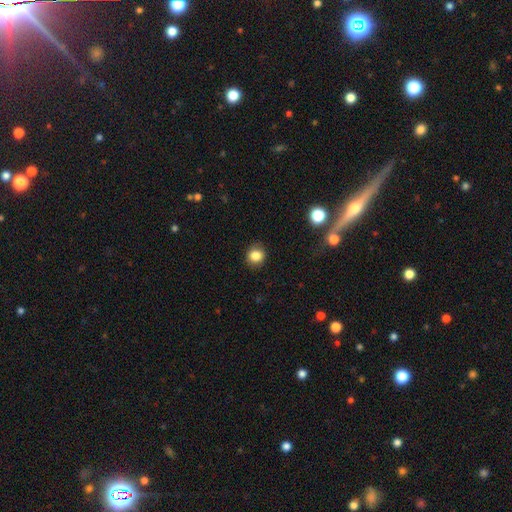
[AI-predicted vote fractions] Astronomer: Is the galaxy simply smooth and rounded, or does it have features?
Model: smooth — 84%.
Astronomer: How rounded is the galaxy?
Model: round — 79%.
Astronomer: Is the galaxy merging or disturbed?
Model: none — 86%.